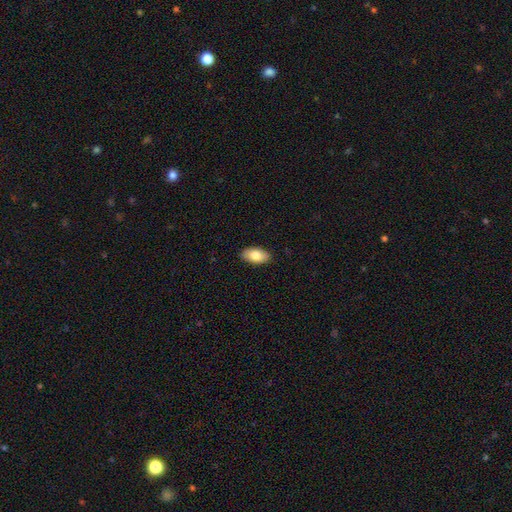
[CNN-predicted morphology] A smooth galaxy with no disk features (82%) that is in between round and cigar-shaped (94%).

Vote fractions:
- Smooth or featured? smooth: 82% / featured or disk: 12% / star or artifact: 7%
- How rounded? in between: 94% / round: 3% / cigar-shaped: 3%
- Merging? none: 89% / minor disturbance: 8% / major disturbance: 2% / merger: 1%